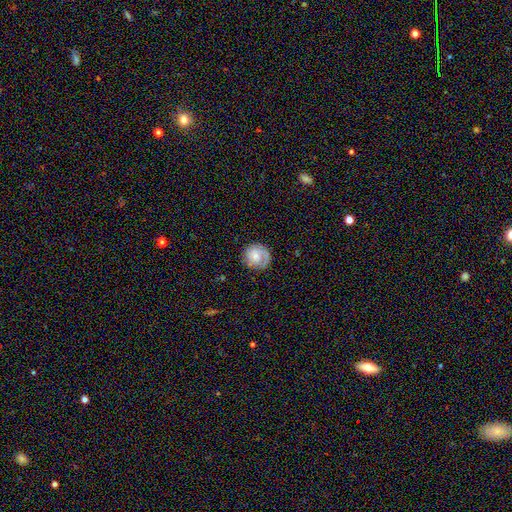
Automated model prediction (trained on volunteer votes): Smooth or featured? featured or disk (61%)
Edge-on disk? no (98%)
Bar? no (69%)
Spiral arms? yes (92%)
Spiral winding? tight (60%)
Spiral arm count? 1 (40%)
Bulge size? small (50%)
Merging? none (79%)